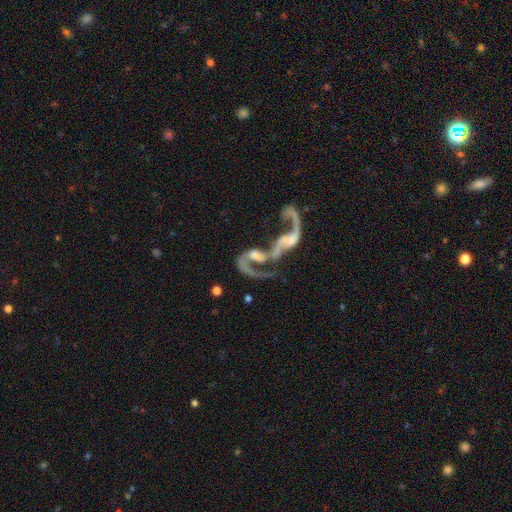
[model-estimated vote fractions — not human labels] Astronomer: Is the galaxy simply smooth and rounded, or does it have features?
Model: featured or disk — 75%.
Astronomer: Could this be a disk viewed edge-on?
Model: no — 95%.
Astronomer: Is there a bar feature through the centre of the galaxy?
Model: no — 59%.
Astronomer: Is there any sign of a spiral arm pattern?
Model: yes — 71%.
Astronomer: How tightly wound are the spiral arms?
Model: loose — 80%.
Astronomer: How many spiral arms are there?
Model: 2 — 51% (runner-up: 1, 36%).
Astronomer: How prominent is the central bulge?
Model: none — 37% (runner-up: moderate, 28%).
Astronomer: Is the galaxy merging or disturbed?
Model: merger — 64%.